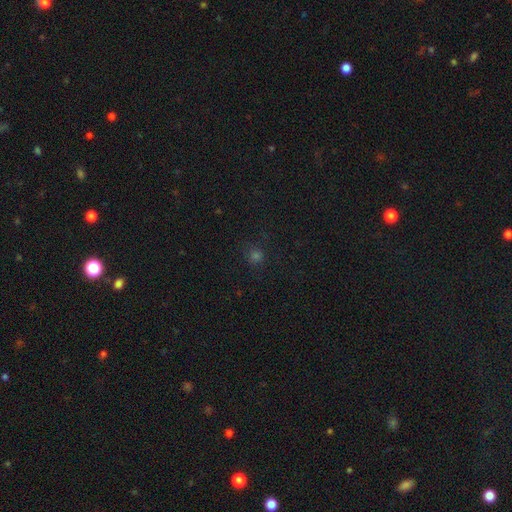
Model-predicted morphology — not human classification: This is likely a smooth galaxy (62%). How rounded: clearly round (91%). Merging: clearly none (86%).